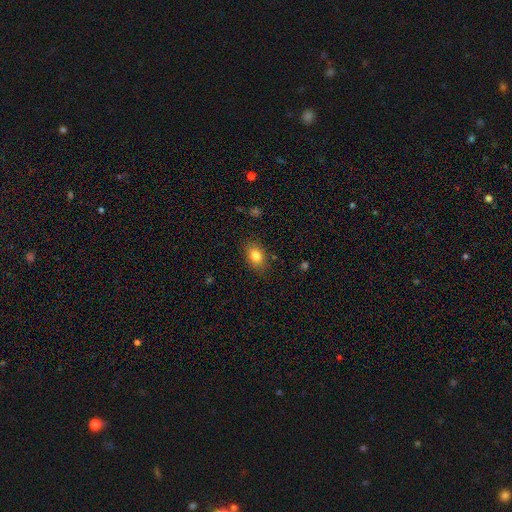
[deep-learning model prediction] Smooth or featured? Predicted: smooth (p=0.82). How rounded? Predicted: in between (p=0.73). Merging? Predicted: none (p=0.83).